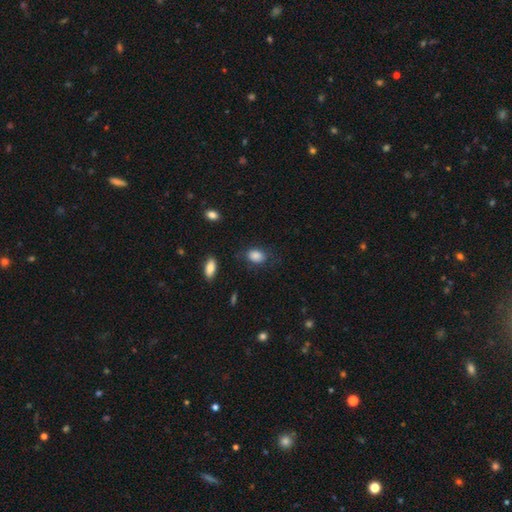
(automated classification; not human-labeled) Morphology: type=smooth (87%); roundness=in between (76%); merging=none (73%).